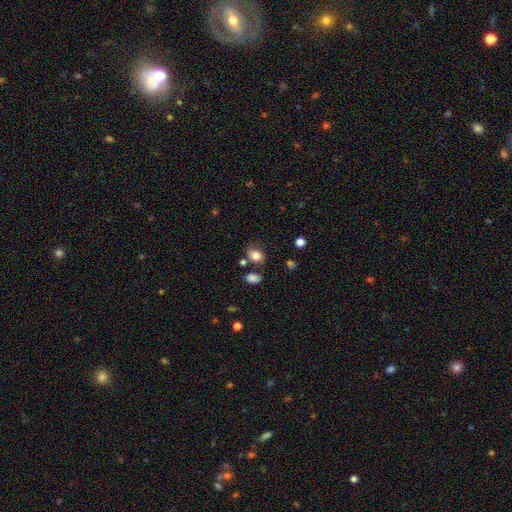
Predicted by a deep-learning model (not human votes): Q: Smooth or featured?
A: smooth (81%); runner-up: star or artifact (10%)
Q: How rounded?
A: in between (54%); runner-up: round (45%)
Q: Merging?
A: none (71%); runner-up: minor disturbance (16%)